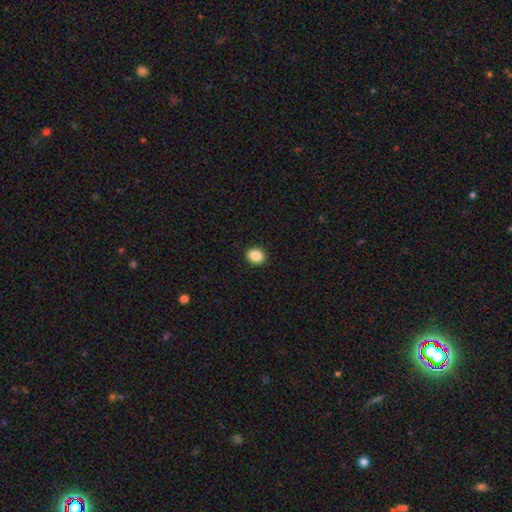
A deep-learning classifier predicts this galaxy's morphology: Smooth or featured?
  - smooth: 88% *
  - star or artifact: 9%
  - featured or disk: 3%
How rounded?
  - round: 57% *
  - in between: 42%
  - cigar-shaped: 1%
Merging?
  - none: 92% *
  - minor disturbance: 6%
  - major disturbance: 2%
  - merger: 1%